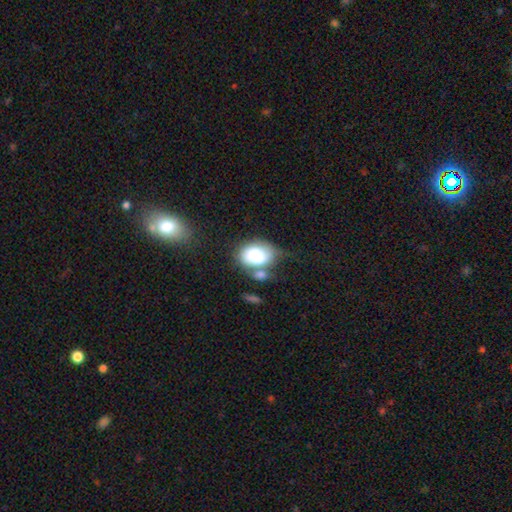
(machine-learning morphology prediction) Smooth or featured? Predicted: smooth (p=0.76). How rounded? Predicted: in between (p=0.72). Merging? Predicted: merger (p=0.33).